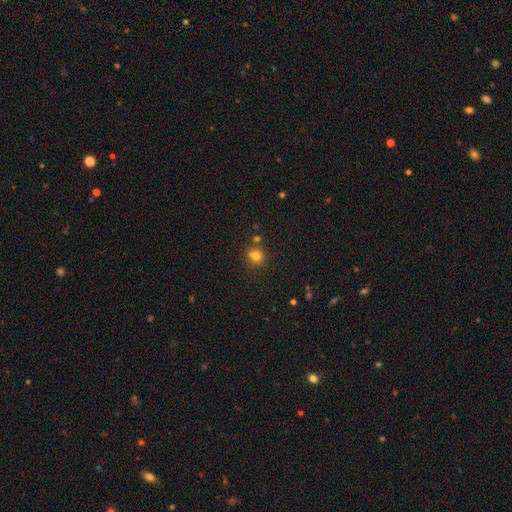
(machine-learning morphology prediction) A smooth galaxy with no disk features (79%) that is round (80%).

Vote fractions:
- Smooth or featured? smooth: 79% / star or artifact: 15% / featured or disk: 7%
- How rounded? round: 80% / in between: 19% / cigar-shaped: 1%
- Merging? none: 74% / minor disturbance: 12% / merger: 10% / major disturbance: 3%